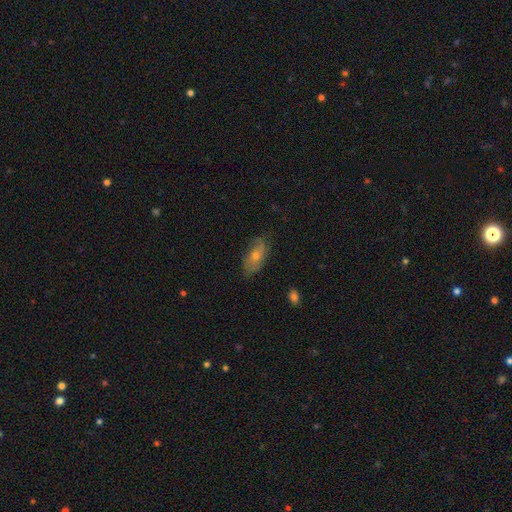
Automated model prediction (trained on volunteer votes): A smooth galaxy with no disk features (46%). Merging: none (74%).